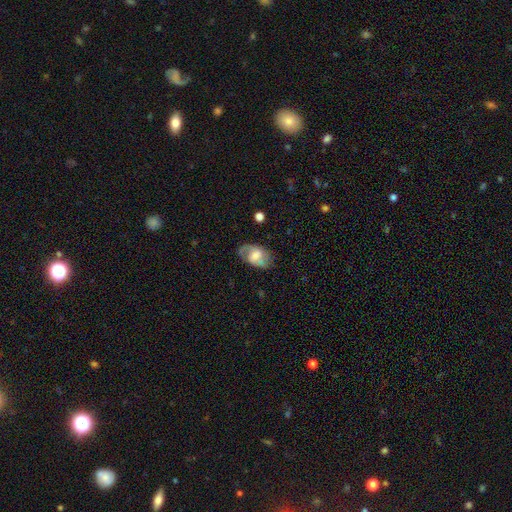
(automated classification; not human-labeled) A featured or disk galaxy (56%) with a weak bar (48%), spiral arms (78%) and a moderate central bulge (44%).

Vote fractions:
- Smooth or featured? featured or disk: 56% / smooth: 36% / star or artifact: 7%
- Edge-on disk? no: 95% / yes: 5%
- Bar? weak: 48% / no: 36% / strong: 17%
- Spiral arms? yes: 78% / no: 22%
- Bulge size? moderate: 44% / small: 24% / large: 21% / none: 8% / dominant: 2%
- Merging? none: 66% / minor disturbance: 22% / major disturbance: 10% / merger: 2%